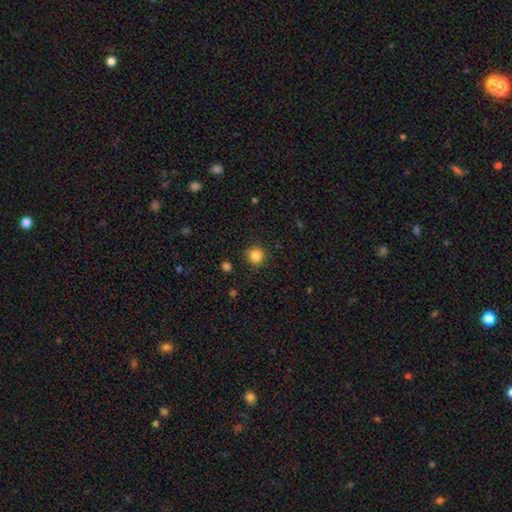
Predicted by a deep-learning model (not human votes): Smooth or featured? Predicted: smooth (p=0.85). How rounded? Predicted: round (p=0.94). Merging? Predicted: none (p=0.90).